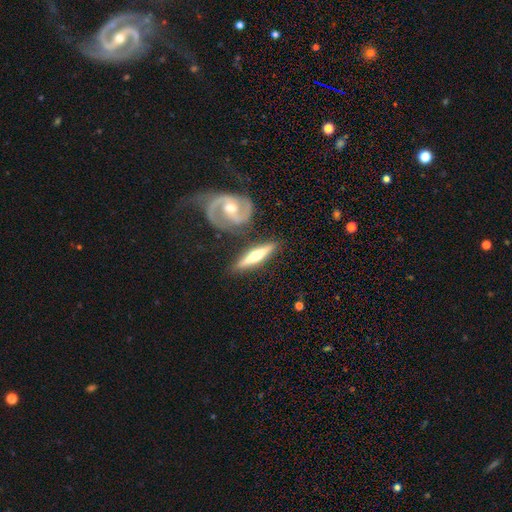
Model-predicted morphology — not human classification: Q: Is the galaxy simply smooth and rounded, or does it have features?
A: featured or disk — 70%.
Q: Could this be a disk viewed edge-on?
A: yes — 91%.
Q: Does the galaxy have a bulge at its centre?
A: rounded — 91%.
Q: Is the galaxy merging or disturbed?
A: none — 78%.